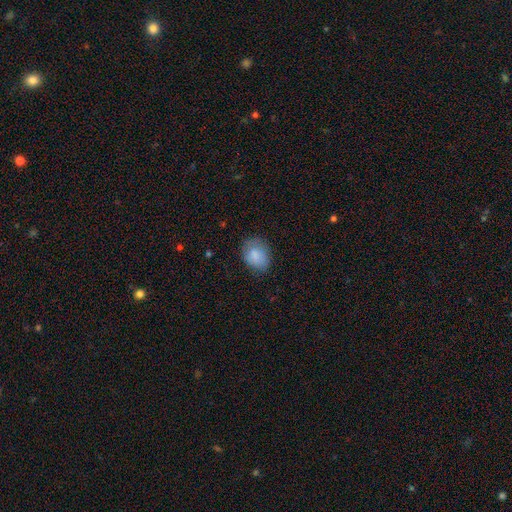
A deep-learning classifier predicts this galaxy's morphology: Smooth or featured?
  - smooth: 84% *
  - featured or disk: 9%
  - star or artifact: 7%
How rounded?
  - in between: 59% *
  - round: 40%
  - cigar-shaped: 1%
Merging?
  - none: 71% *
  - minor disturbance: 22%
  - major disturbance: 5%
  - merger: 1%